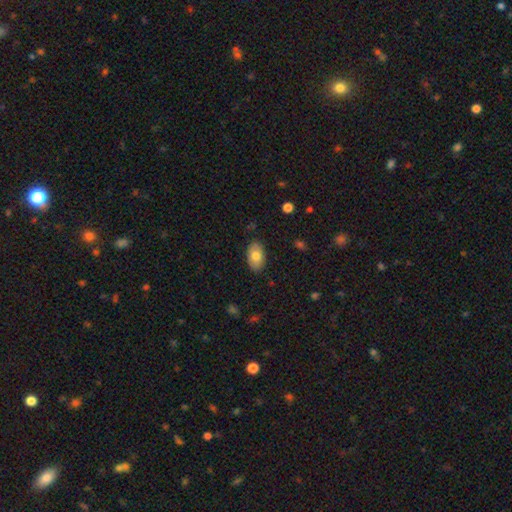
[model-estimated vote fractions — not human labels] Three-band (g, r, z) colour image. It shows a smooth galaxy with no disk features (78%) that is in between round and cigar-shaped (93%). Merging: none (86%).